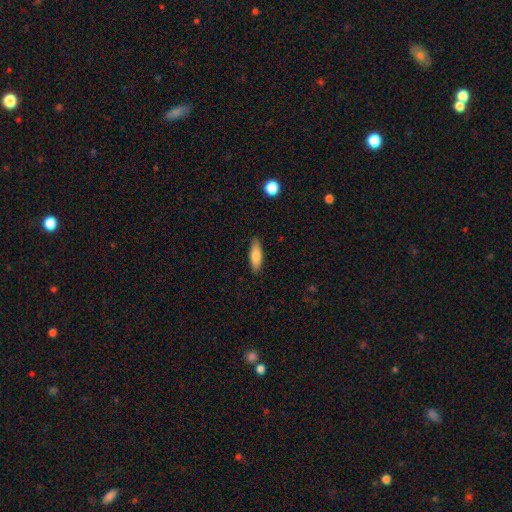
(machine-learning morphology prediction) smooth-or-featured: smooth: 79% | featured or disk: 14% | star or artifact: 6%
  how-rounded: in between: 56% | cigar-shaped: 42% | round: 2%
  merging: none: 87% | minor disturbance: 9% | major disturbance: 2% | merger: 1%